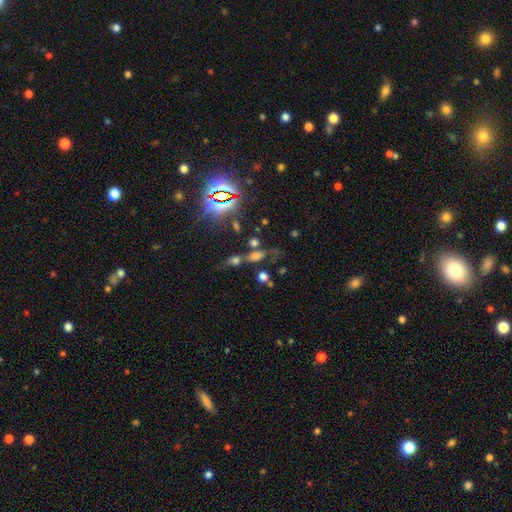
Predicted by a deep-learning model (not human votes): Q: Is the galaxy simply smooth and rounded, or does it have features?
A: smooth — 43%.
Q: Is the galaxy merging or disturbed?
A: none — 43%.